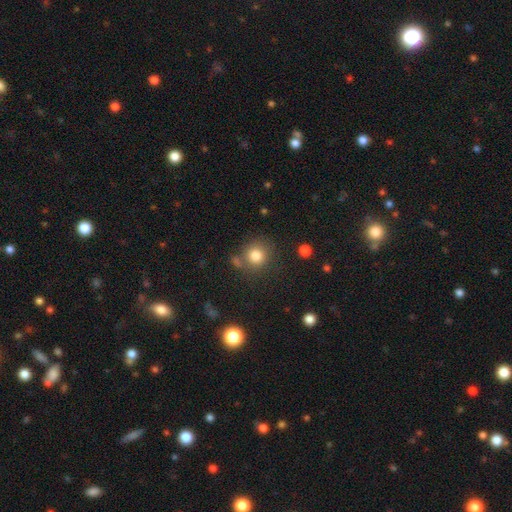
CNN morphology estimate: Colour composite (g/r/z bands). It shows a smooth galaxy with no disk features (80%) that is round (88%). Merging: none (73%).